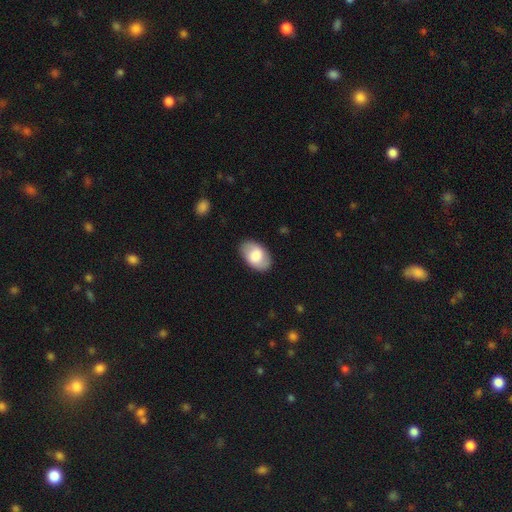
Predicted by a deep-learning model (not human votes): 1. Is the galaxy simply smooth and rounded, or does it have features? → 72% smooth, 22% featured or disk, 6% star or artifact.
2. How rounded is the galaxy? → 92% in between, 7% round, 1% cigar-shaped.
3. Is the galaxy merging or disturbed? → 85% none, 11% minor disturbance, 3% major disturbance, 1% merger.